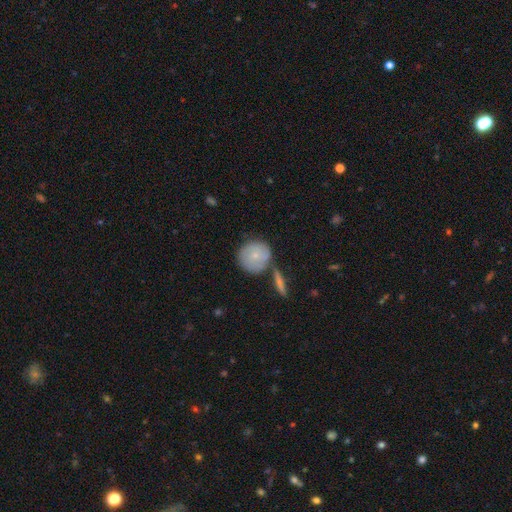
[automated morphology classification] Smooth or featured?
  - smooth: 63% *
  - featured or disk: 30%
  - star or artifact: 6%
How rounded?
  - round: 89% *
  - in between: 10%
  - cigar-shaped: 1%
Merging?
  - none: 61% *
  - merger: 19%
  - minor disturbance: 16%
  - major disturbance: 5%